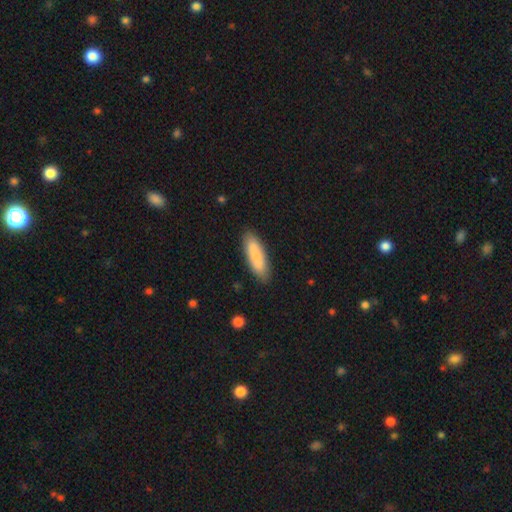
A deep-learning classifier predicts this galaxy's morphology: smooth-or-featured: smooth: 83% | featured or disk: 12% | star or artifact: 6%
  how-rounded: cigar-shaped: 63% | in between: 35% | round: 1%
  merging: none: 86% | minor disturbance: 11% | major disturbance: 2% | merger: 1%